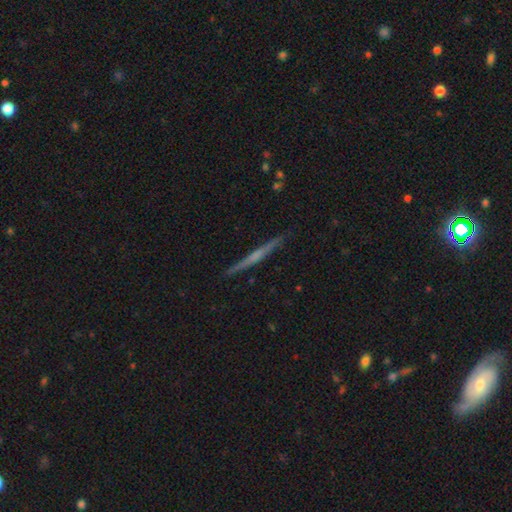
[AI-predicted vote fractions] A featured or disk galaxy (69%) viewed edge-on (98%) with no central bulge (48%). Merging: none (91%).